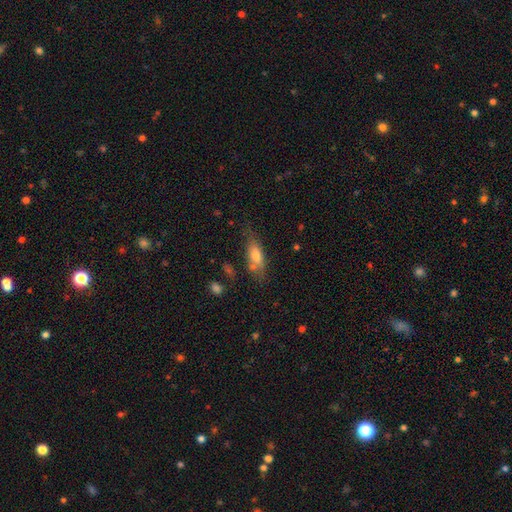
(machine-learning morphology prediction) A smooth galaxy with no disk features (66%) that is in between round and cigar-shaped (65%). Merging: none (57%).